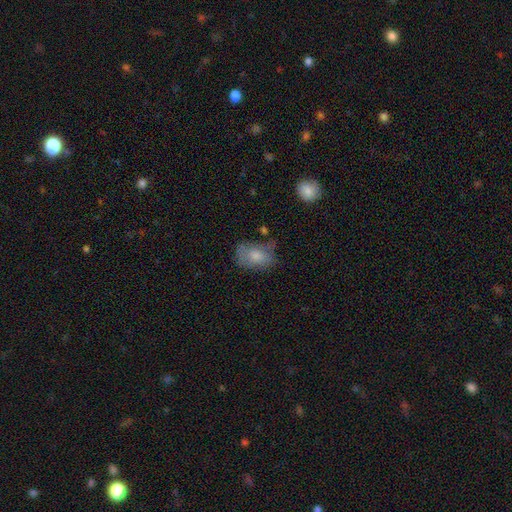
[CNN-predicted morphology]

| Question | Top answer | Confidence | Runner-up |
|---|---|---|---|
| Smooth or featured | smooth | 72% | featured or disk (19%) |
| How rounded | in between | 80% | round (18%) |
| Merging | none | 52% | minor disturbance (30%) |